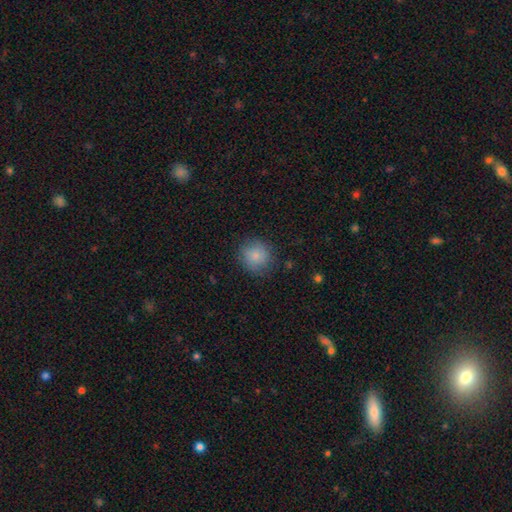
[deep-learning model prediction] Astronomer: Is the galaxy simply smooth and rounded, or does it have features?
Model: smooth — 82%.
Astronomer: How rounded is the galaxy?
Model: round — 88%.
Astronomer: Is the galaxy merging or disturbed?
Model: none — 80%.